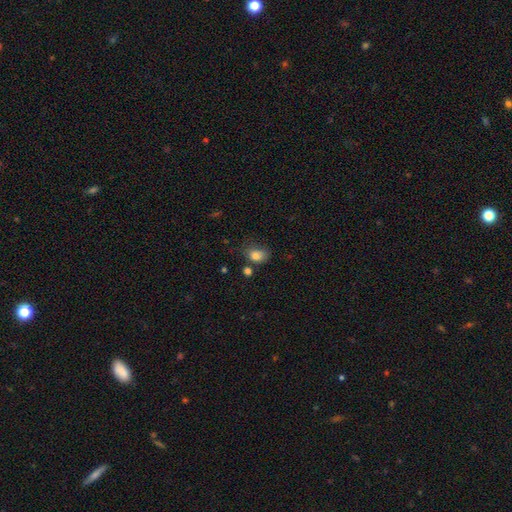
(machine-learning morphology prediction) Smooth or featured: smooth — 81% (star or artifact — 11%)
How rounded: in between — 69% (round — 30%)
Merging: none — 46% (minor disturbance — 32%)